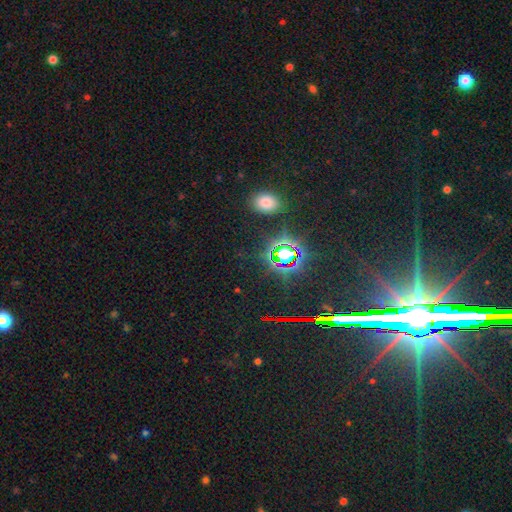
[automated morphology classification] Smooth or featured: star or artifact — 67% (smooth — 22%)